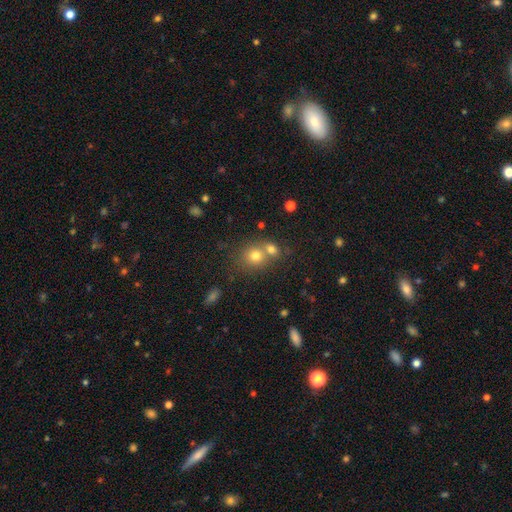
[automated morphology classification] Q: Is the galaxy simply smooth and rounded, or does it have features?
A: smooth — 74%.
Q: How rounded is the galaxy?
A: round — 78%.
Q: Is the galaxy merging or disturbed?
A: none — 45%.